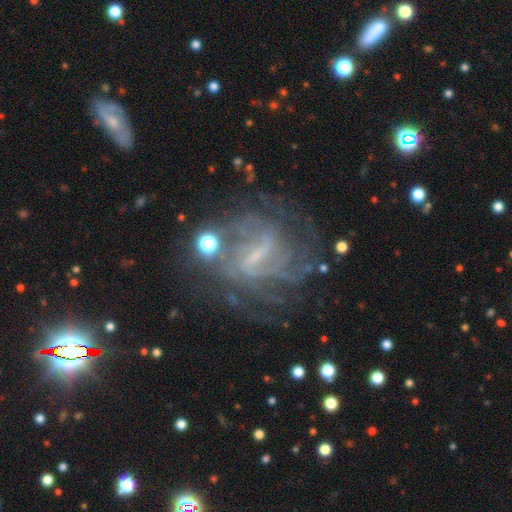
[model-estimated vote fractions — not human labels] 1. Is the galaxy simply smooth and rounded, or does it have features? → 81% featured or disk, 11% star or artifact, 8% smooth.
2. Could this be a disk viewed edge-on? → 96% no, 4% yes.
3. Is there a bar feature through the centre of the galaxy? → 46% weak, 39% strong, 15% no.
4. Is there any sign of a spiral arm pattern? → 89% yes, 11% no.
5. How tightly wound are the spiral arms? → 44% tight, 39% medium, 17% loose.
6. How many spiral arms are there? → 42% can't tell, 15% 4, 15% 2, 14% 3, 8% more than 4, 7% 1.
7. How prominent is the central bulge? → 53% small, 28% none, 16% moderate, 2% large, 1% dominant.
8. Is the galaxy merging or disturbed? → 61% none, 17% major disturbance, 17% minor disturbance, 5% merger.